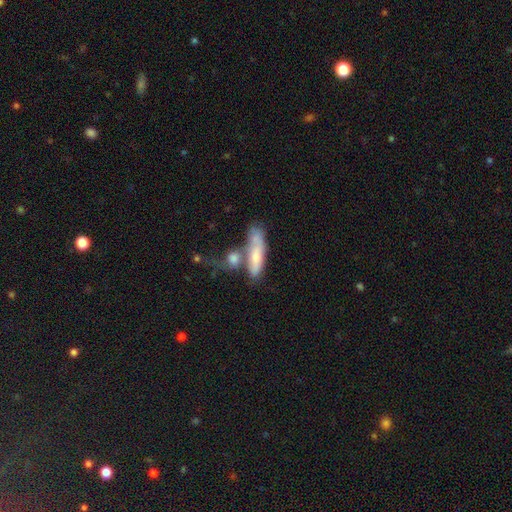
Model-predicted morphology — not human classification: This is likely a smooth galaxy (65%). How rounded: possibly cigar-shaped (56%). Merging: marginally merger (38%).